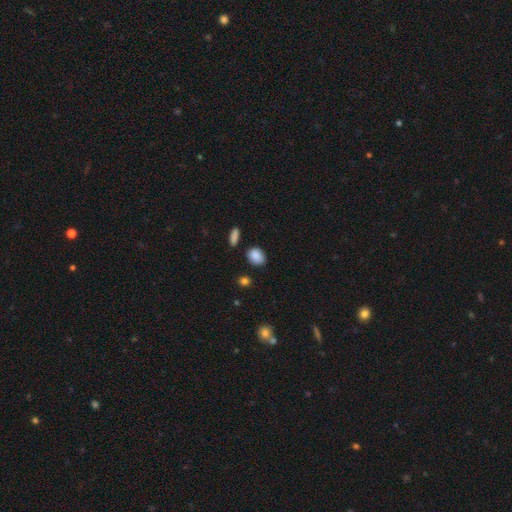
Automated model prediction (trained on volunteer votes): Smooth or featured? smooth (88%)
How rounded? in between (68%)
Merging? none (82%)